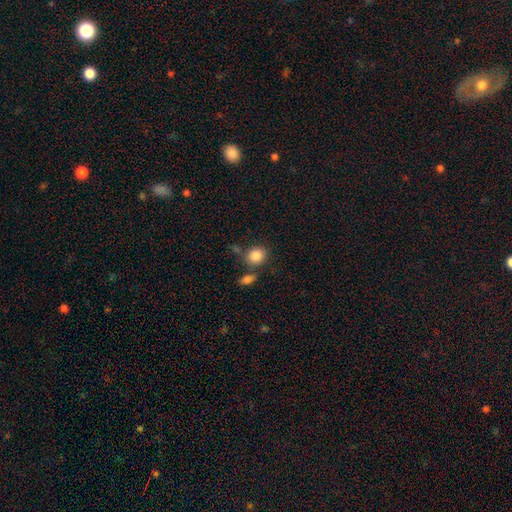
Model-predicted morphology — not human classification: Smooth or featured? smooth (86%)
How rounded? round (71%)
Merging? none (70%)